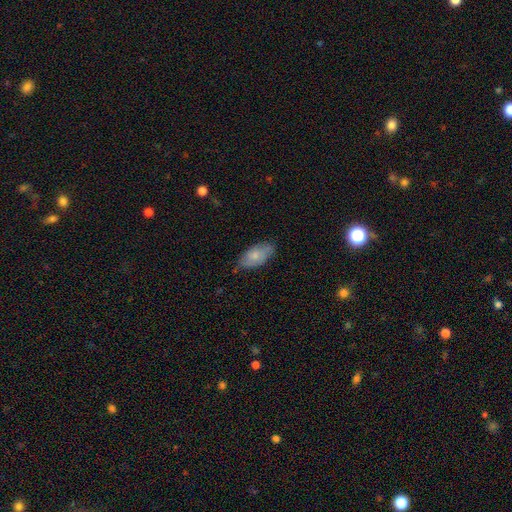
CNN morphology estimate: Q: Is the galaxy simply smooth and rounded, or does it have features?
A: smooth — 74%.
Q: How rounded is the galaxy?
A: in between — 92%.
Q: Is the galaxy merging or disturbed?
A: none — 71%.